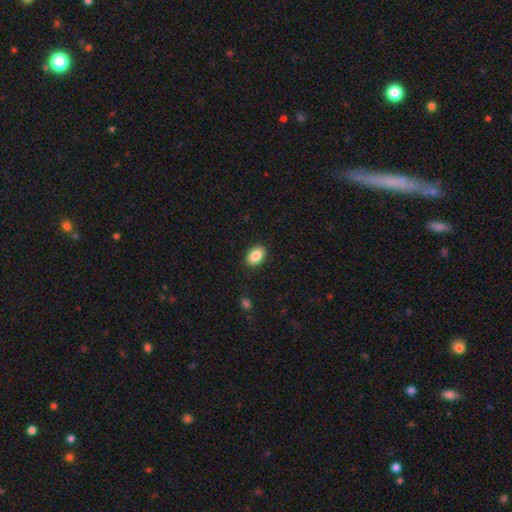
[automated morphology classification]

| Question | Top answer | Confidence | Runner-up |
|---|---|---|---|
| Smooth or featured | smooth | 87% | star or artifact (8%) |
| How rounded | in between | 89% | round (10%) |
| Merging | none | 89% | minor disturbance (8%) |